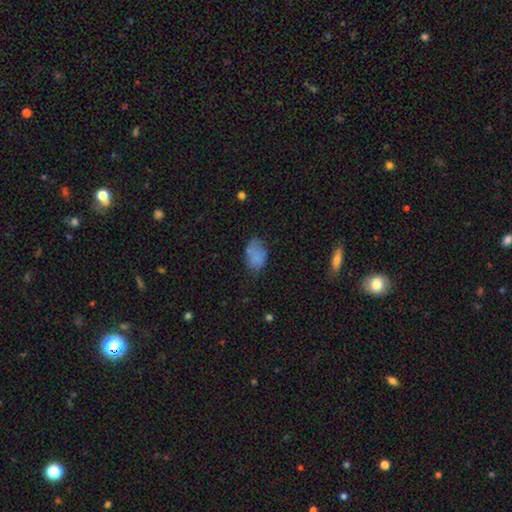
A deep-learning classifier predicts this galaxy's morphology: Overall: smooth (79%). How rounded: in between (88%). Merging: none (58%; minor disturbance 28%).